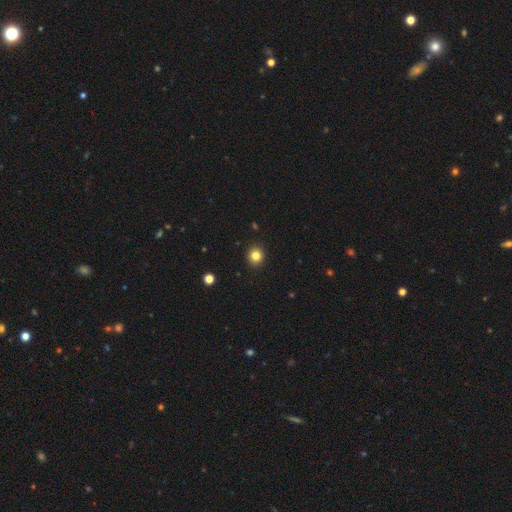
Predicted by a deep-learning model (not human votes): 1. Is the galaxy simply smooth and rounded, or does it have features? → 83% smooth, 12% star or artifact, 6% featured or disk.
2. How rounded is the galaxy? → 88% round, 12% in between, 1% cigar-shaped.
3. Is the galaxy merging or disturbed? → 92% none, 5% minor disturbance, 2% major disturbance, 1% merger.